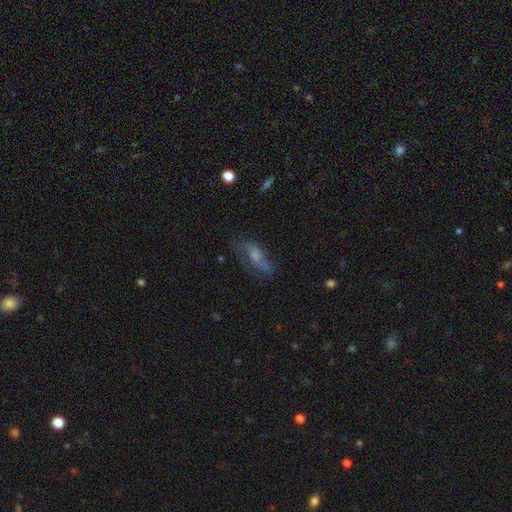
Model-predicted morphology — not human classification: A featured or disk galaxy (52%).

Vote fractions:
- Smooth or featured? featured or disk: 52% / smooth: 35% / star or artifact: 14%
- Edge-on disk? no: 84% / yes: 16%
- Merging? none: 52% / minor disturbance: 24% / major disturbance: 21% / merger: 3%